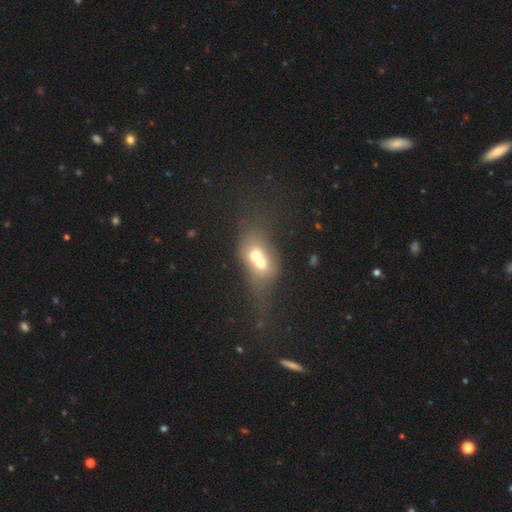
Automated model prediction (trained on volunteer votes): This is possibly a smooth galaxy (55%). How rounded: possibly in between (50%). Merging: likely merger (76%).